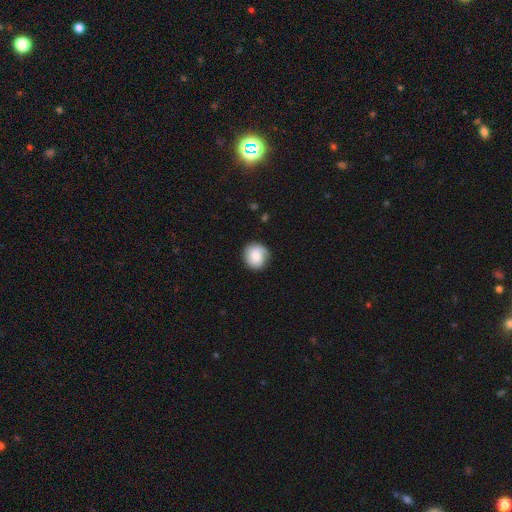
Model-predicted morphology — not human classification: Smooth or featured: smooth — 72% (featured or disk — 21%)
How rounded: round — 87% (in between — 12%)
Merging: none — 78% (minor disturbance — 16%)